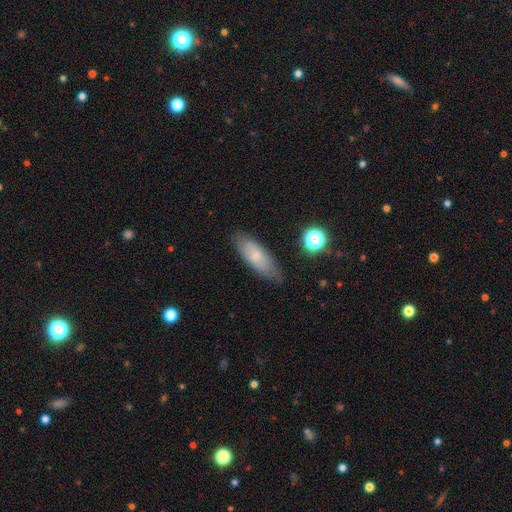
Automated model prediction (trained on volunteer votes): Smooth or featured?
  - smooth: 69% *
  - featured or disk: 23%
  - star or artifact: 8%
How rounded?
  - in between: 61% *
  - cigar-shaped: 36%
  - round: 3%
Merging?
  - none: 79% *
  - minor disturbance: 16%
  - major disturbance: 3%
  - merger: 2%